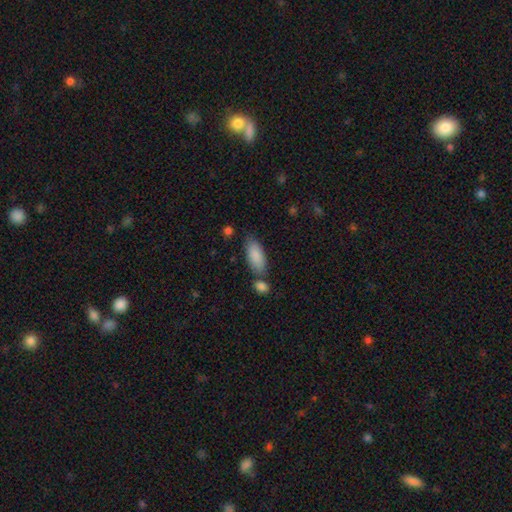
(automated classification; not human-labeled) A smooth galaxy with no disk features (88%) that is in between round and cigar-shaped (84%).

Vote fractions:
- Smooth or featured? smooth: 88% / featured or disk: 7% / star or artifact: 6%
- How rounded? in between: 84% / cigar-shaped: 14% / round: 2%
- Merging? none: 68% / minor disturbance: 15% / merger: 14% / major disturbance: 4%